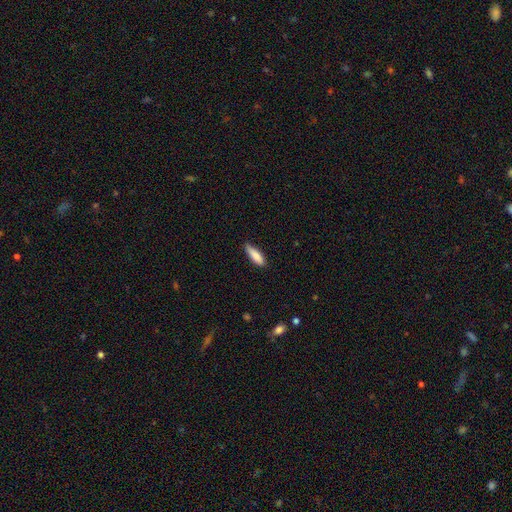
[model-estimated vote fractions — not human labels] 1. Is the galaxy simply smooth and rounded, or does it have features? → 85% smooth, 9% featured or disk, 6% star or artifact.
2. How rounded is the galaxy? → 56% cigar-shaped, 42% in between, 2% round.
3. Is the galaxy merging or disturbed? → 72% none, 24% minor disturbance, 3% major disturbance, 1% merger.